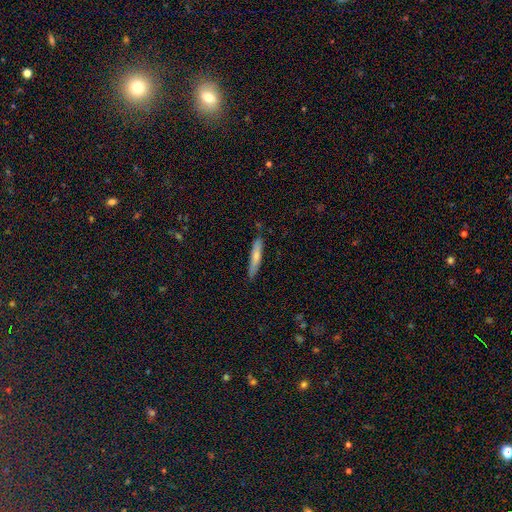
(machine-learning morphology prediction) A smooth galaxy with no disk features (61%) that is cigar-shaped (92%). Merging: none (85%).